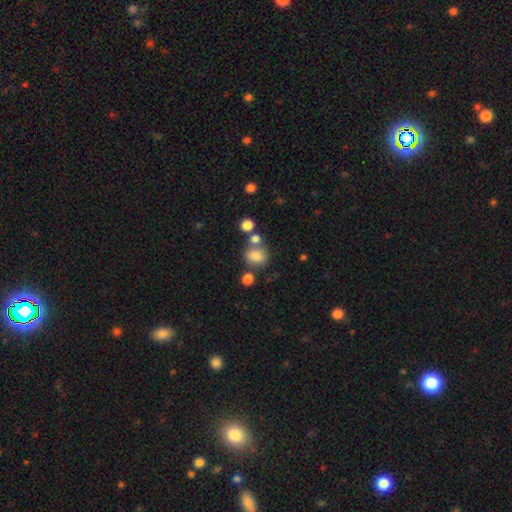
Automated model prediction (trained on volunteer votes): A smooth galaxy with no disk features (79%) that is round (70%).

Vote fractions:
- Smooth or featured? smooth: 79% / star or artifact: 12% / featured or disk: 9%
- How rounded? round: 70% / in between: 29% / cigar-shaped: 1%
- Merging? none: 60% / merger: 22% / minor disturbance: 13% / major disturbance: 5%